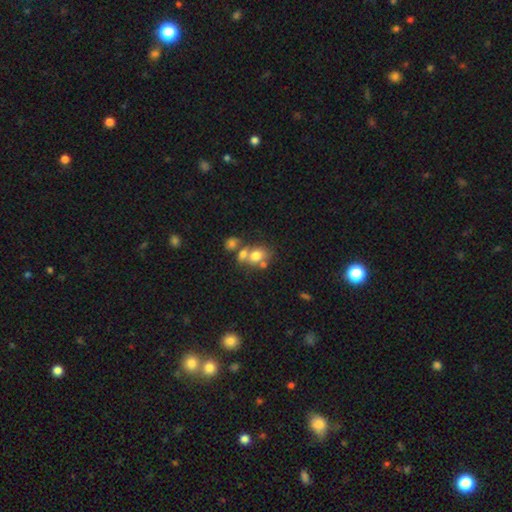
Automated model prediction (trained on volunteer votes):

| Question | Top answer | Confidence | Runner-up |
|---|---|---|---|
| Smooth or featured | smooth | 69% | featured or disk (19%) |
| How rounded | in between | 53% | round (45%) |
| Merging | merger | 44% | none (38%) |